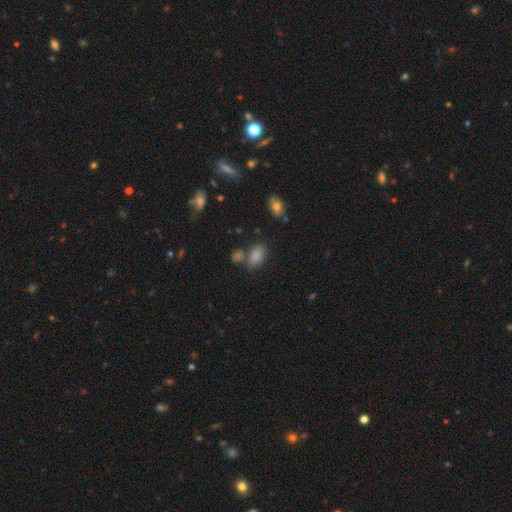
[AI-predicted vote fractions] This appears to be a smooth galaxy with no disk features (83%) that is in between round and cigar-shaped (90%). Merging: none (63%).